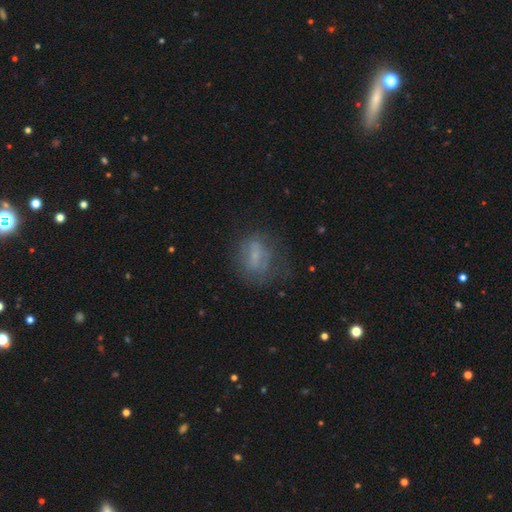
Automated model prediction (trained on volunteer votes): Smooth or featured?
  - smooth: 49% *
  - featured or disk: 37%
  - star or artifact: 14%
Merging?
  - none: 54% *
  - minor disturbance: 24%
  - major disturbance: 20%
  - merger: 2%